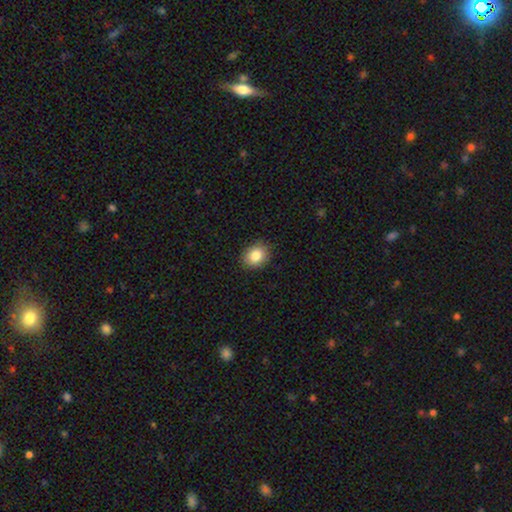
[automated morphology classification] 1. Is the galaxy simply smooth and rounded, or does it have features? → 84% smooth, 9% star or artifact, 7% featured or disk.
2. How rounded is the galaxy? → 53% in between, 46% round, 1% cigar-shaped.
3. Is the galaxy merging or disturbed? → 88% none, 9% minor disturbance, 2% major disturbance, 1% merger.